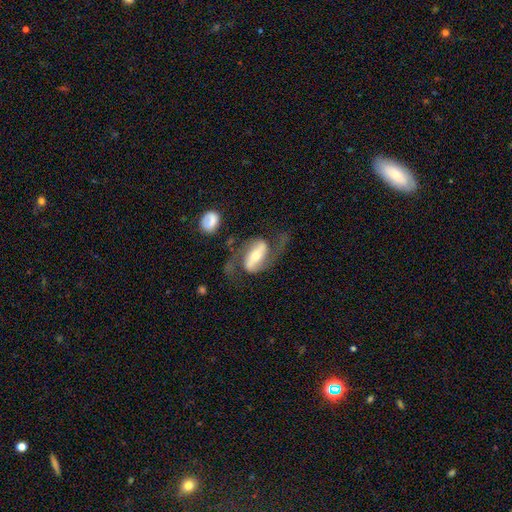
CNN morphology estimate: The model was most divided on "spiral winding": loose: 45%, medium: 44%, tight: 11%. More confident: edge-on disk — no (94%); spiral arms — yes (93%); spiral arm count — 2 (91%); smooth or featured — featured or disk (85%); merging — none (63%); bar — strong (62%); bulge size — moderate (58%).